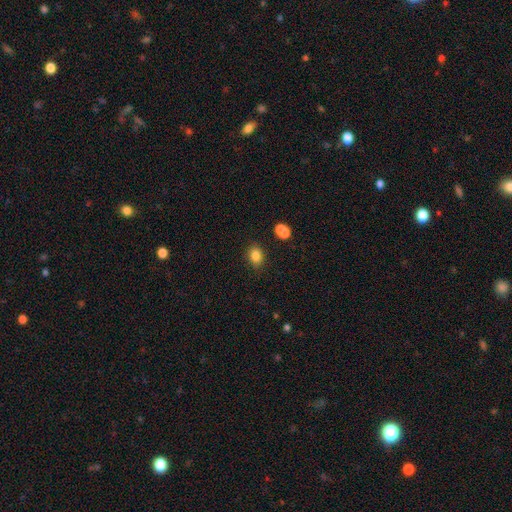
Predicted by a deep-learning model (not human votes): Q: Smooth or featured?
A: smooth (83%); runner-up: star or artifact (11%)
Q: How rounded?
A: in between (66%); runner-up: round (33%)
Q: Merging?
A: none (82%); runner-up: minor disturbance (10%)